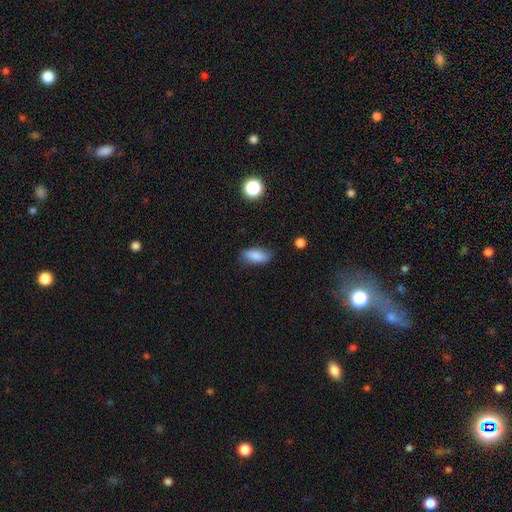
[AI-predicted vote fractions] The model was most divided on "merging": none: 80%, minor disturbance: 15%, major disturbance: 3%, merger: 1%. More confident: how rounded — in between (87%); smooth or featured — smooth (86%).